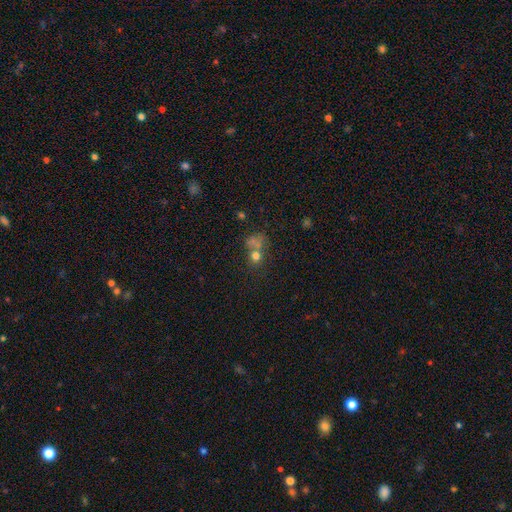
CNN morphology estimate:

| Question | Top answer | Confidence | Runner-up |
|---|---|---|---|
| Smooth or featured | smooth | 68% | star or artifact (19%) |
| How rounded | round | 77% | in between (22%) |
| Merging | none | 42% | merger (40%) |